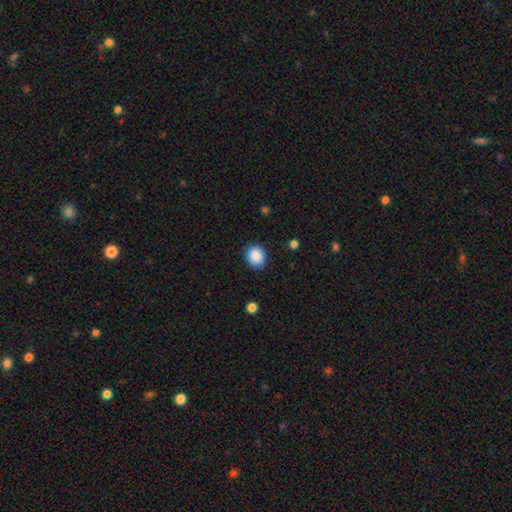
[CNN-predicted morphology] Smooth or featured?
  - smooth: 88% *
  - star or artifact: 8%
  - featured or disk: 3%
How rounded?
  - round: 67% *
  - in between: 32%
  - cigar-shaped: 1%
Merging?
  - none: 86% *
  - minor disturbance: 10%
  - major disturbance: 3%
  - merger: 1%